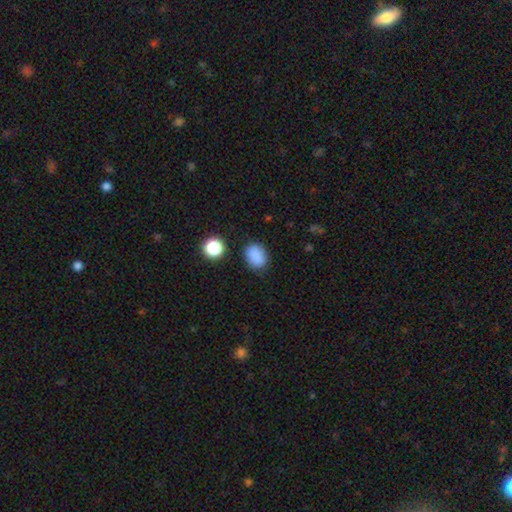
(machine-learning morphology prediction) smooth_or_featured: smooth (p=0.86) [alt: star or artifact p=0.11]
how_rounded: in between (p=0.65) [alt: round p=0.33]
merging: none (p=0.80) [alt: minor disturbance p=0.13]